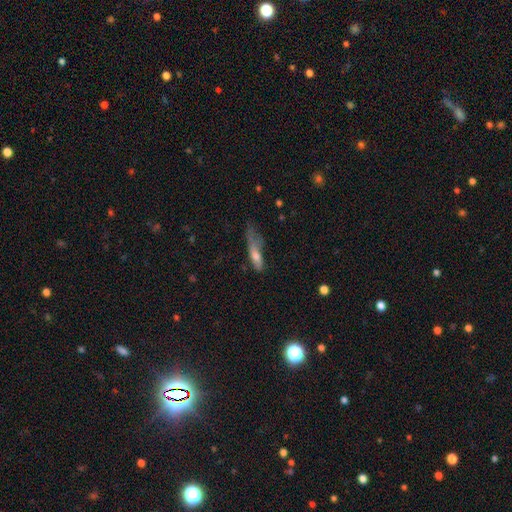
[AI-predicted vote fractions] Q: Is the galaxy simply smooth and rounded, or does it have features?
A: smooth — 52%.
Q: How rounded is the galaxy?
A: cigar-shaped — 73%.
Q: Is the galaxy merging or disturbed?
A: none — 37%.